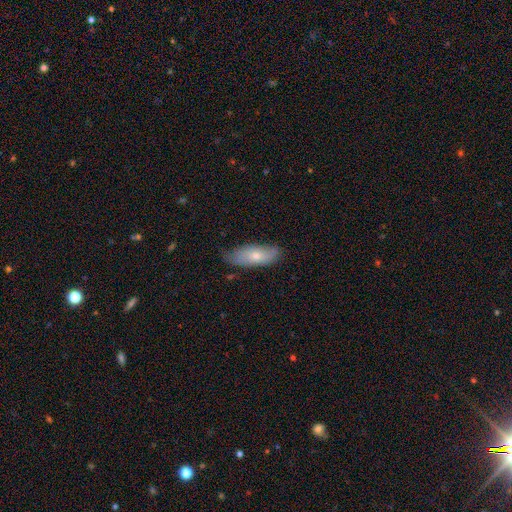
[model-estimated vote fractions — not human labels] This is likely a smooth galaxy (69%). How rounded: likely in between (75%). Merging: likely none (64%).